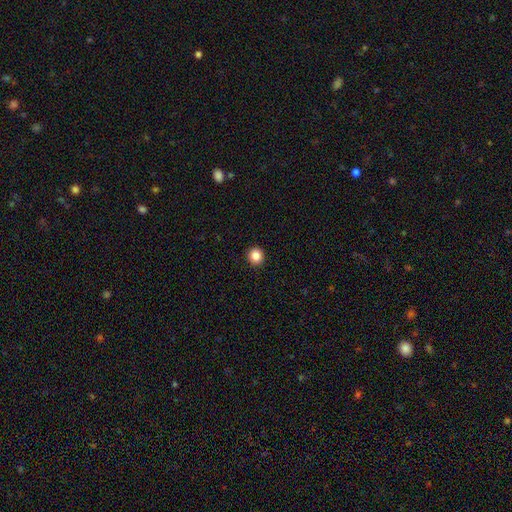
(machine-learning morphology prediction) The model was most divided on "smooth or featured": smooth: 86%, star or artifact: 10%, featured or disk: 4%. More confident: merging — none (94%); how rounded — round (94%).